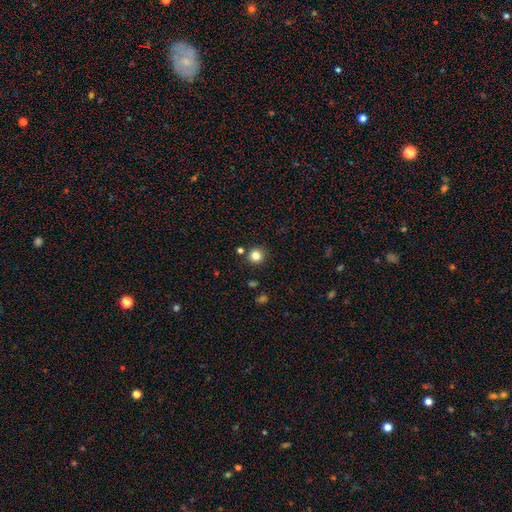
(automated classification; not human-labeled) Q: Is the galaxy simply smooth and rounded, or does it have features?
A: smooth — 82%.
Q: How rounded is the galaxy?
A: round — 93%.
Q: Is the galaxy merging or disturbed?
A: none — 86%.